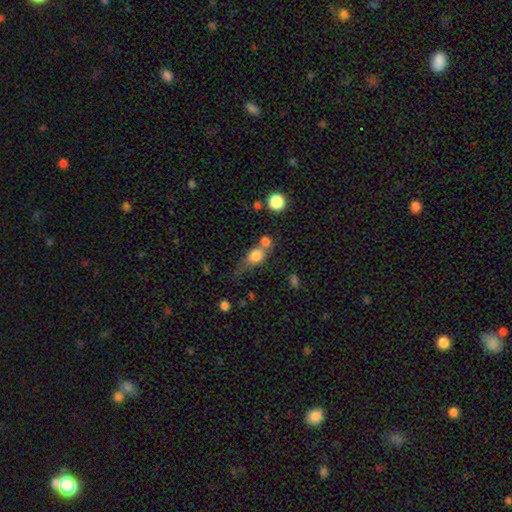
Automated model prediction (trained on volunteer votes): Morphology: type=smooth (76%); roundness=in between (50%); merging=merger (42%).